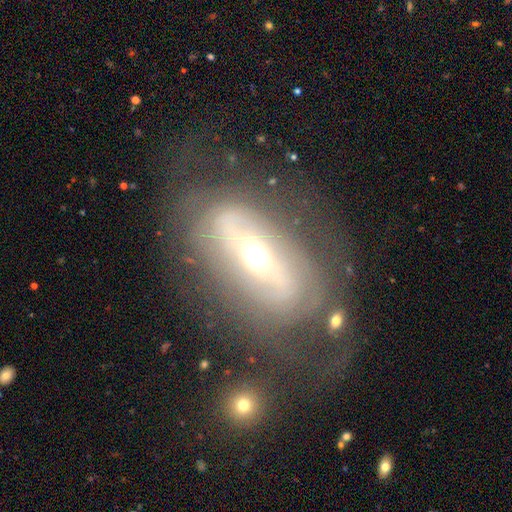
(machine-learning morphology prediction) Smooth or featured: featured or disk — 78% (smooth — 16%)
Edge-on disk: no — 88% (yes — 12%)
Bar: no — 37% (strong — 34%)
Spiral arms: yes — 67% (no — 33%)
Bulge size: moderate — 68% (small — 21%)
Merging: none — 54% (major disturbance — 22%)